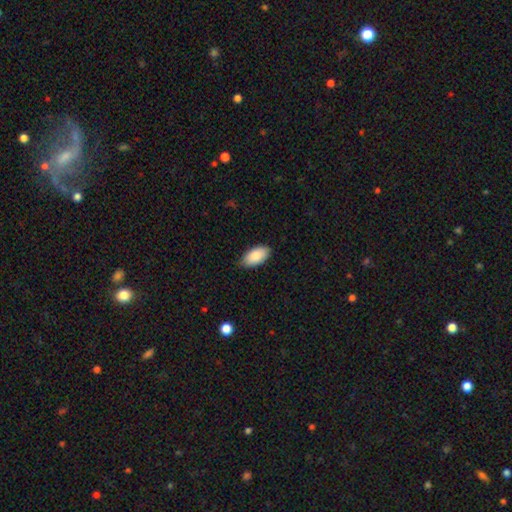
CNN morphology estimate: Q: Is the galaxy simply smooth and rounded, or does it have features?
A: smooth — 88%.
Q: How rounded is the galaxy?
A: in between — 95%.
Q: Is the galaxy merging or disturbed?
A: none — 84%.